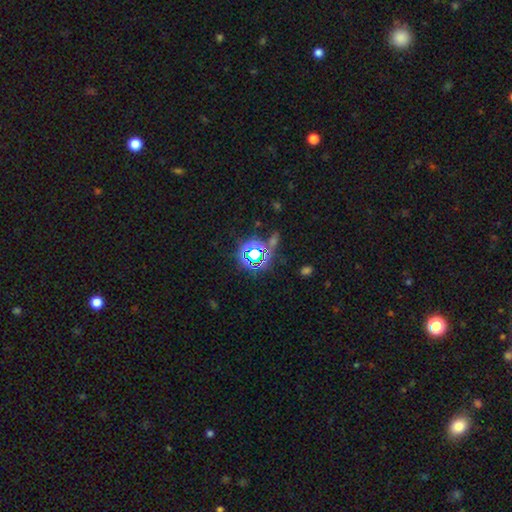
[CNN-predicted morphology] Q: Smooth or featured?
A: star or artifact (70%); runner-up: smooth (20%)